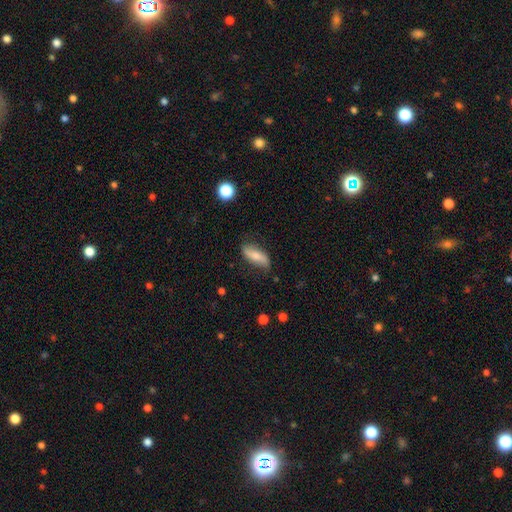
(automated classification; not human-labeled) Morphology: type=smooth (52%); roundness=in between (67%); merging=none (73%).